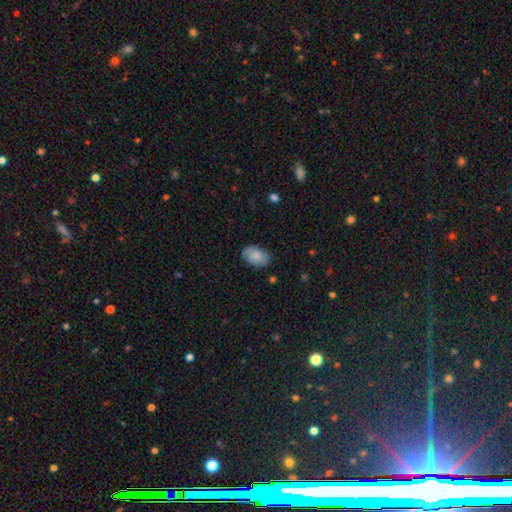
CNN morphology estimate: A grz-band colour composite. It shows a smooth galaxy with no disk features (84%) that is in between round and cigar-shaped (90%). Merging: none (82%).